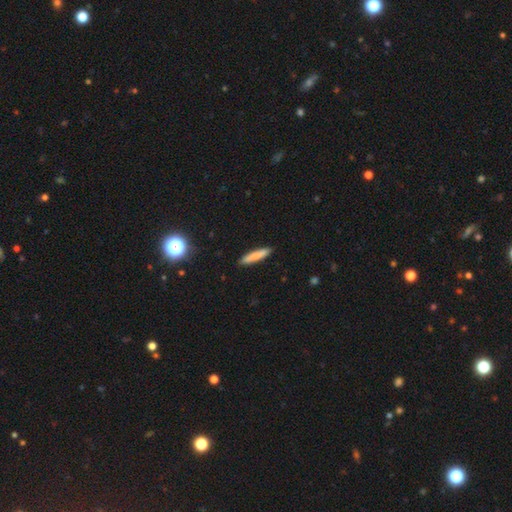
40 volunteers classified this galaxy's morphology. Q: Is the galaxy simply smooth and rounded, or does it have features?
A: smooth — 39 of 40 (98%).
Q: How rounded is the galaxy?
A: cigar-shaped — 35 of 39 (90%).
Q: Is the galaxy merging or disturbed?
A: none — 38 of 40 (95%).